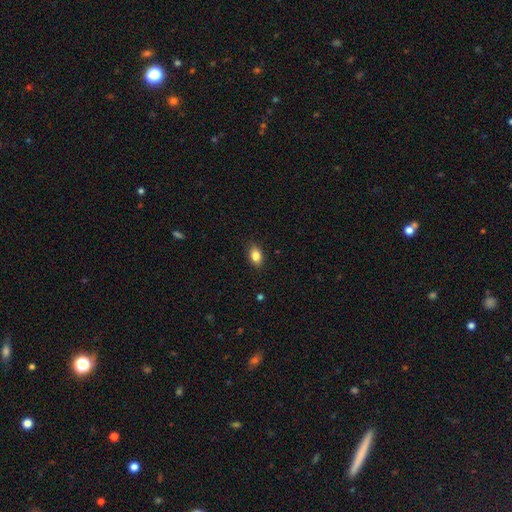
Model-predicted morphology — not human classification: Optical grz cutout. It shows a smooth galaxy with no disk features (84%) that is in between round and cigar-shaped (85%). Merging: none (87%).